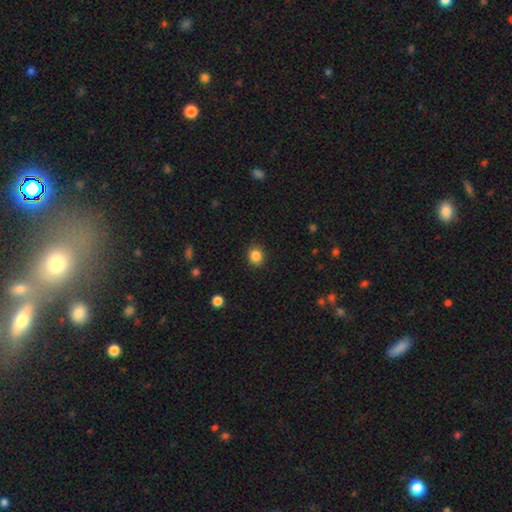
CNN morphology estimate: Overall: smooth (85%). How rounded: round (75%). Merging: none (90%).